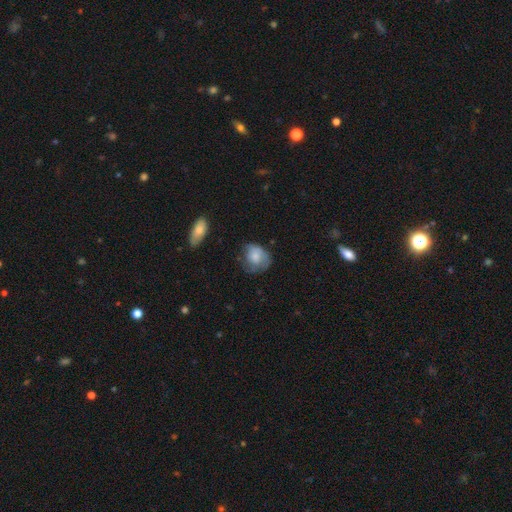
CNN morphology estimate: Smooth or featured? Predicted: smooth (p=0.68). How rounded? Predicted: round (p=0.57). Merging? Predicted: none (p=0.49).